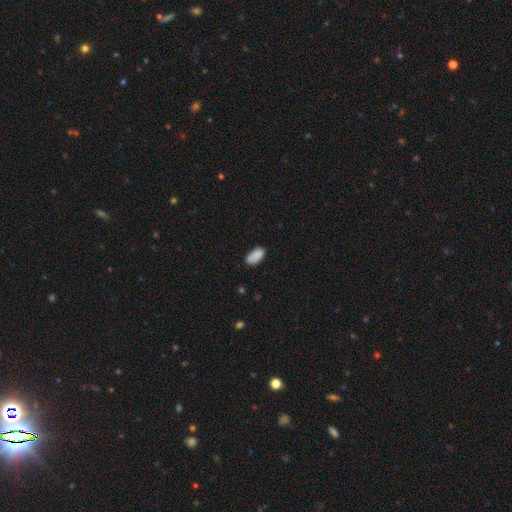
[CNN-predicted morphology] smooth_or_featured: smooth (p=0.87) [alt: star or artifact p=0.08]
how_rounded: in between (p=0.94) [alt: round p=0.03]
merging: none (p=0.76) [alt: minor disturbance p=0.18]